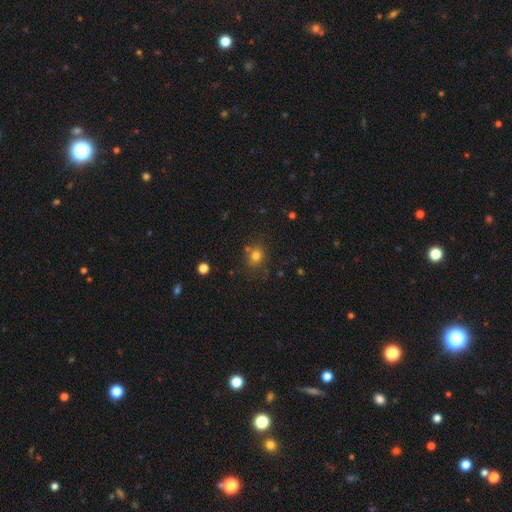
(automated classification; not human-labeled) Morphology: type=smooth (77%); roundness=round (63%); merging=none (72%).